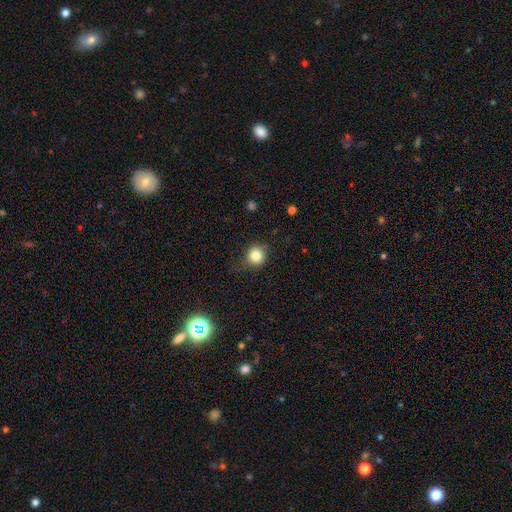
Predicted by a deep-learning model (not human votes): A smooth galaxy with no disk features (82%) that is round (85%).

Vote fractions:
- Smooth or featured? smooth: 82% / star or artifact: 11% / featured or disk: 7%
- How rounded? round: 85% / in between: 14% / cigar-shaped: 1%
- Merging? none: 78% / minor disturbance: 16% / major disturbance: 5% / merger: 1%